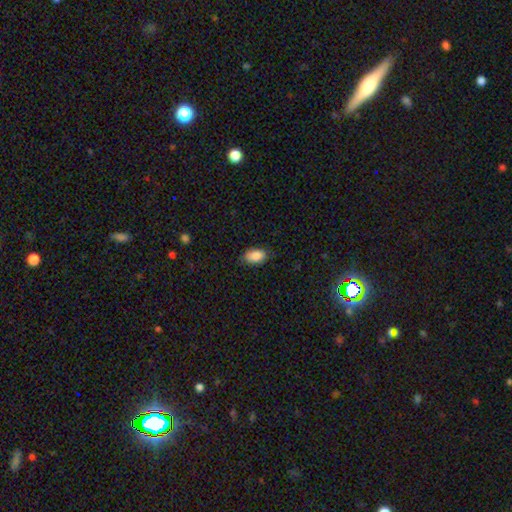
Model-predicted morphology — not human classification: This is clearly a smooth galaxy (88%). How rounded: clearly in between (91%). Merging: clearly none (81%).